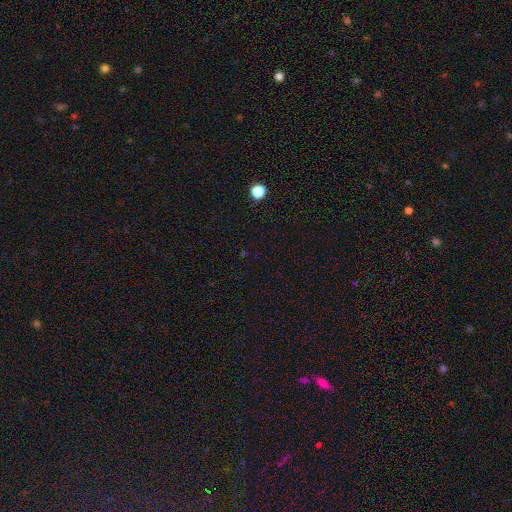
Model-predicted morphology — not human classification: Smooth or featured: star or artifact — 66% (smooth — 28%)